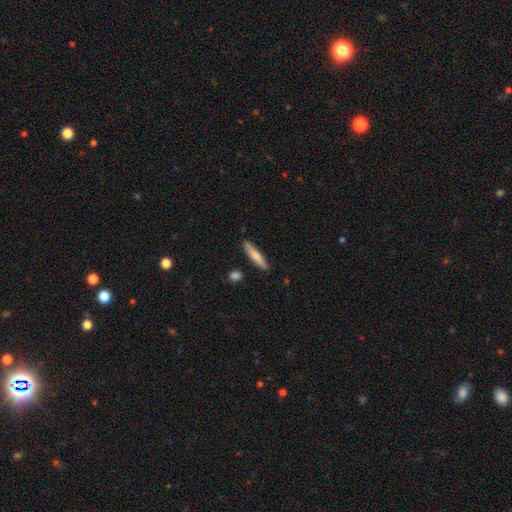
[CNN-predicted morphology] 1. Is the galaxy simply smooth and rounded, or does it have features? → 71% smooth, 23% featured or disk, 5% star or artifact.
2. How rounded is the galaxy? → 86% cigar-shaped, 12% in between, 2% round.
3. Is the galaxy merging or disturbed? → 87% none, 9% minor disturbance, 2% merger, 2% major disturbance.